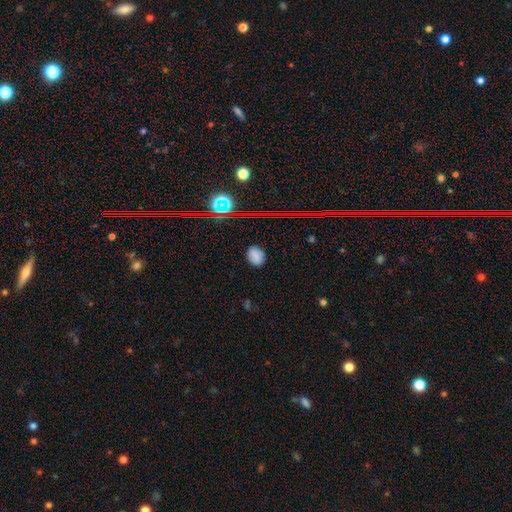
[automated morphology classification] Smooth or featured?
  - smooth: 76% *
  - star or artifact: 16%
  - featured or disk: 8%
How rounded?
  - in between: 62% *
  - round: 36%
  - cigar-shaped: 1%
Merging?
  - none: 83% *
  - minor disturbance: 13%
  - major disturbance: 3%
  - merger: 1%